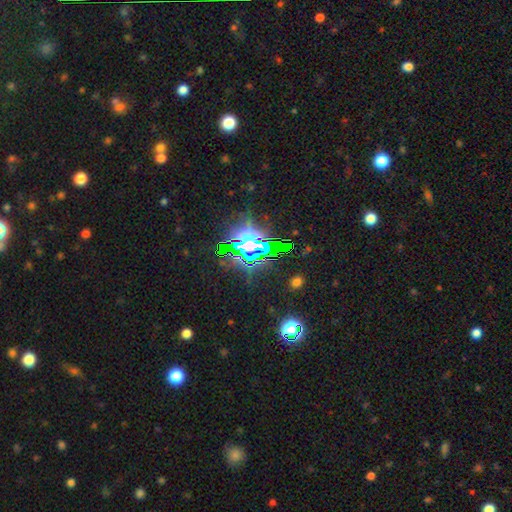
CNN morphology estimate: A star or artifact, not a galaxy (76%).